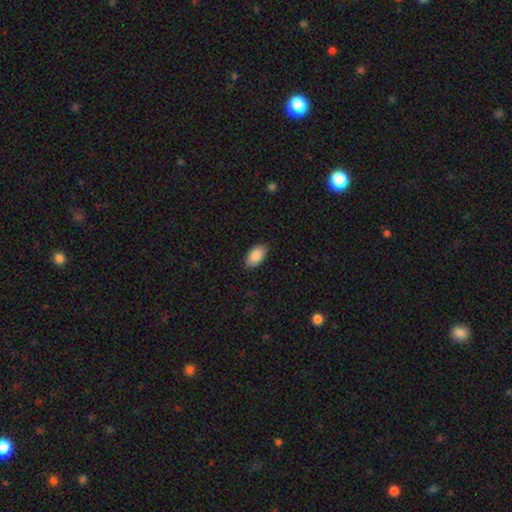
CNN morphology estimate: smooth_or_featured: smooth (p=0.90) [alt: star or artifact p=0.06]
how_rounded: in between (p=0.95) [alt: round p=0.03]
merging: none (p=0.86) [alt: minor disturbance p=0.11]